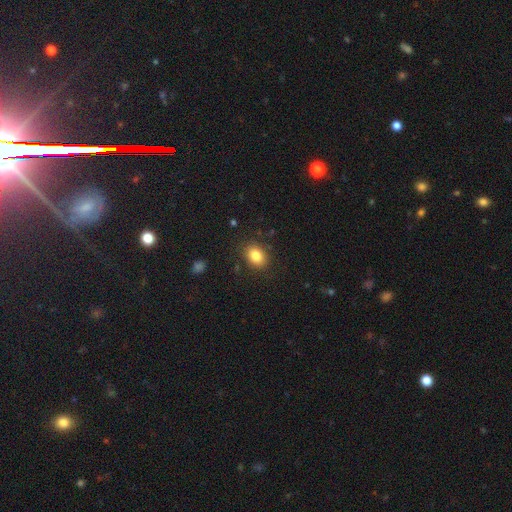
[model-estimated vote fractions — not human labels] A smooth galaxy with no disk features (83%) that is in between round and cigar-shaped (68%). Merging: none (86%).